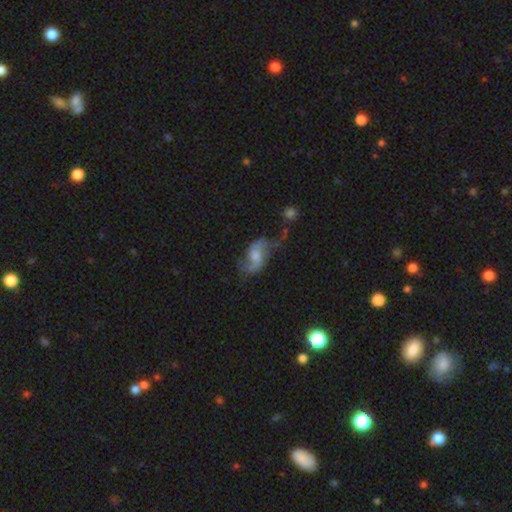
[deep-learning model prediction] featured or disk 69%, smooth 23%, star or artifact 8%. Down the decision tree: edge-on disk — no (96%); bar — no (47%); spiral arms — yes (88%); spiral arm count — 2 (88%); spiral winding — loose (70%); bulge size — moderate (45%); merging — none (50%).